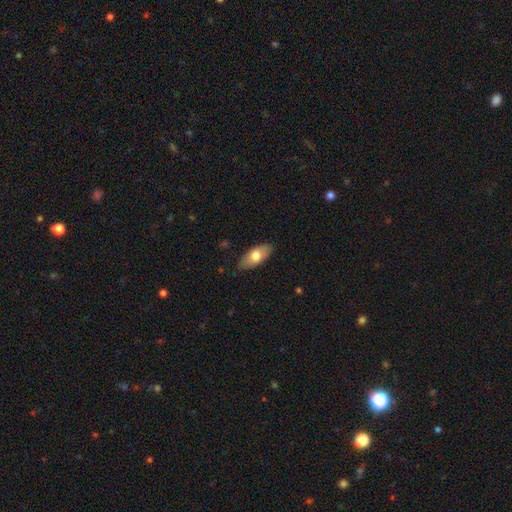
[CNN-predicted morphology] Q: Smooth or featured?
A: smooth (70%); runner-up: featured or disk (24%)
Q: How rounded?
A: in between (86%); runner-up: cigar-shaped (11%)
Q: Merging?
A: none (85%); runner-up: minor disturbance (12%)